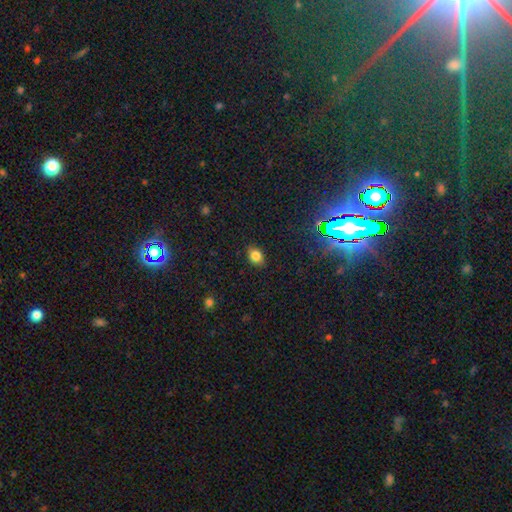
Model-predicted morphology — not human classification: This appears to be a smooth galaxy with no disk features (79%) that is in between round and cigar-shaped (71%). Merging: none (86%).